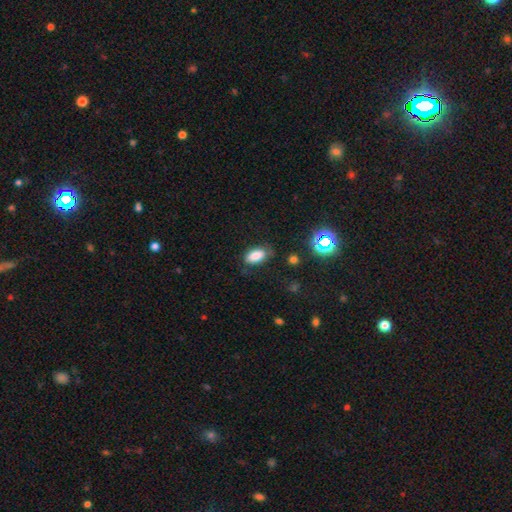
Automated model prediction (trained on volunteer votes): The model was most divided on "merging": none: 74%, minor disturbance: 19%, major disturbance: 5%, merger: 2%. More confident: how rounded — in between (91%); smooth or featured — smooth (81%).